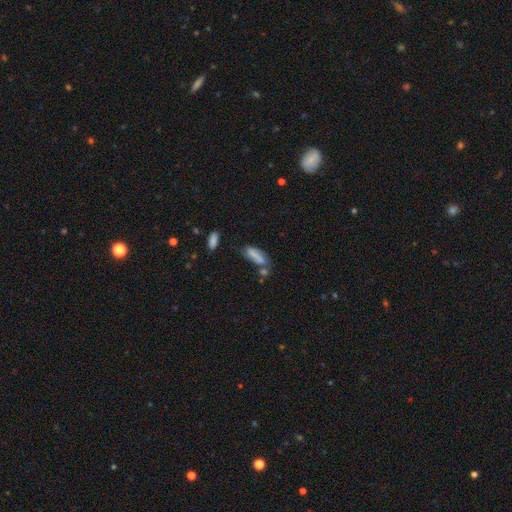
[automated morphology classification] smooth_or_featured: smooth (p=0.73) [alt: featured or disk p=0.17]
how_rounded: in between (p=0.66) [alt: cigar-shaped p=0.32]
merging: none (p=0.44) [alt: merger p=0.23]